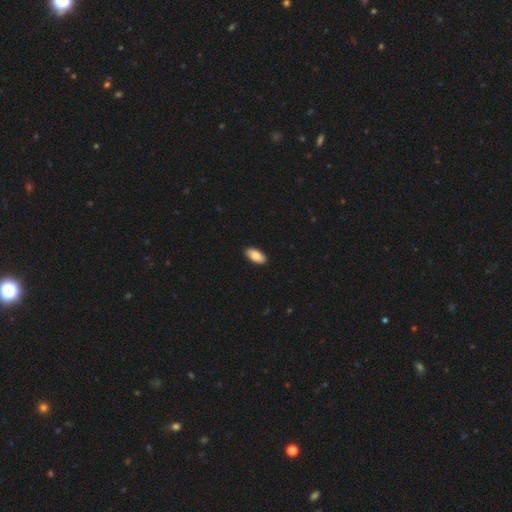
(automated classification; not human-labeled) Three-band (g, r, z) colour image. It shows a smooth galaxy with no disk features (87%) that is in between round and cigar-shaped (93%). Merging: none (91%).